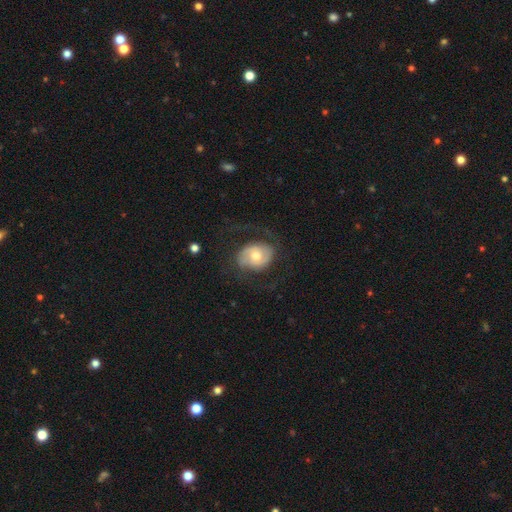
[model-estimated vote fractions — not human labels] The model was most divided on "spiral winding": medium: 43%, loose: 30%, tight: 27%. More confident: edge-on disk — no (97%); spiral arms — yes (91%); spiral arm count — 2 (82%); smooth or featured — featured or disk (73%); bulge size — moderate (62%); merging — none (61%); bar — no (59%).